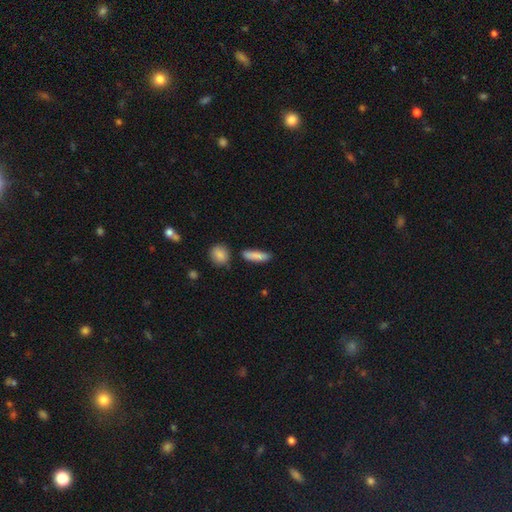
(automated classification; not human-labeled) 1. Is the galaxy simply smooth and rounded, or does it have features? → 85% smooth, 9% featured or disk, 6% star or artifact.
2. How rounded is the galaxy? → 64% cigar-shaped, 33% in between, 3% round.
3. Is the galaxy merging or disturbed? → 77% none, 14% minor disturbance, 5% merger, 3% major disturbance.